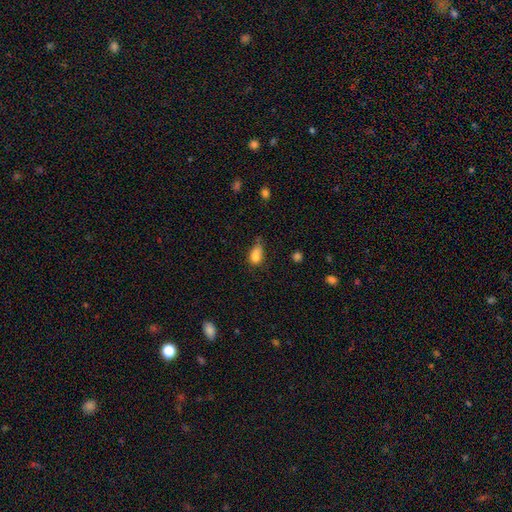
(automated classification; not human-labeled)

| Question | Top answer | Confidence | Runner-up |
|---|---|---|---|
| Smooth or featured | smooth | 81% | star or artifact (11%) |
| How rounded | in between | 80% | round (15%) |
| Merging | minor disturbance | 40% | none (37%) |